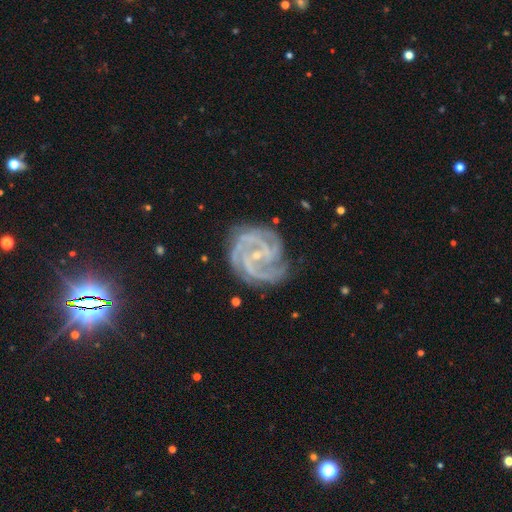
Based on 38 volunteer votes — featured or disk 95%, smooth 3%, star or artifact 3%. Down the decision tree: edge-on disk — no (100%); bar — no (56%); spiral arms — yes (100%); spiral arm count — 3 (67%); spiral winding — tight (67%); bulge size — small (64%); merging — none (62%).